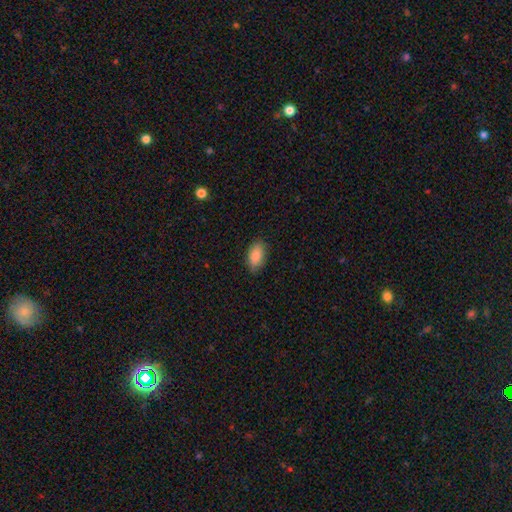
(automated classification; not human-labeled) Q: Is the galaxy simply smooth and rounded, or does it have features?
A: smooth — 88%.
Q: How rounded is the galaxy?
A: in between — 92%.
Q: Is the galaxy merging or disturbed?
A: none — 85%.